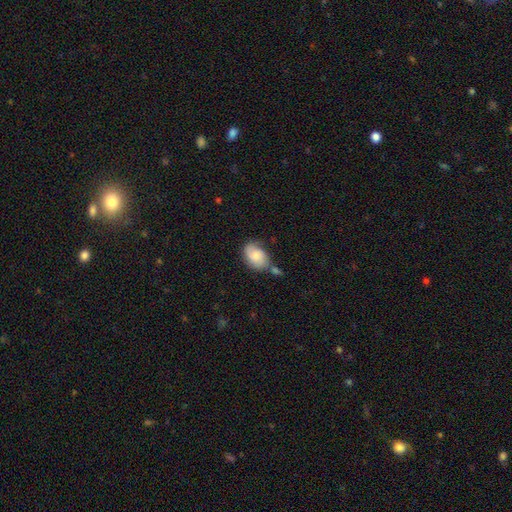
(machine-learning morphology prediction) smooth-or-featured: smooth: 70% | featured or disk: 22% | star or artifact: 7%
  how-rounded: in between: 81% | round: 18% | cigar-shaped: 1%
  merging: none: 46% | minor disturbance: 26% | merger: 20% | major disturbance: 8%